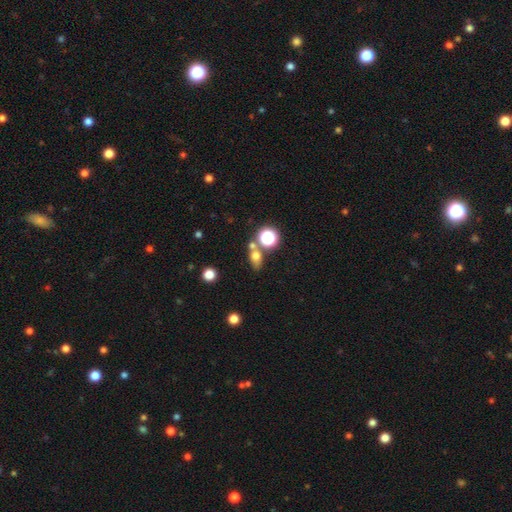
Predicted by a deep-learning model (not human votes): smooth_or_featured: smooth (p=0.66) [alt: star or artifact p=0.20]
how_rounded: in between (p=0.57) [alt: round p=0.38]
merging: none (p=0.58) [alt: merger p=0.26]